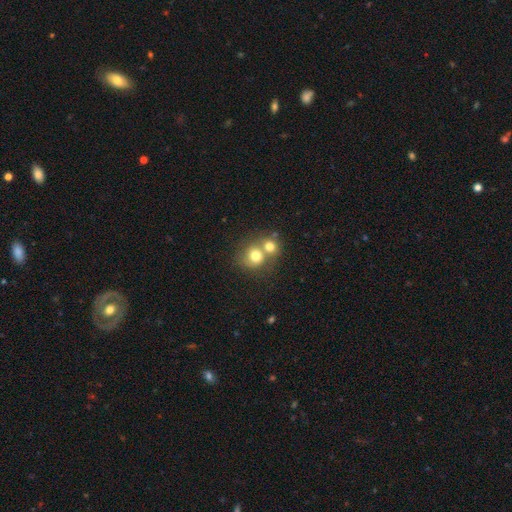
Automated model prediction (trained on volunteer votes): Morphology: type=smooth (72%); roundness=round (78%); merging=merger (61%).